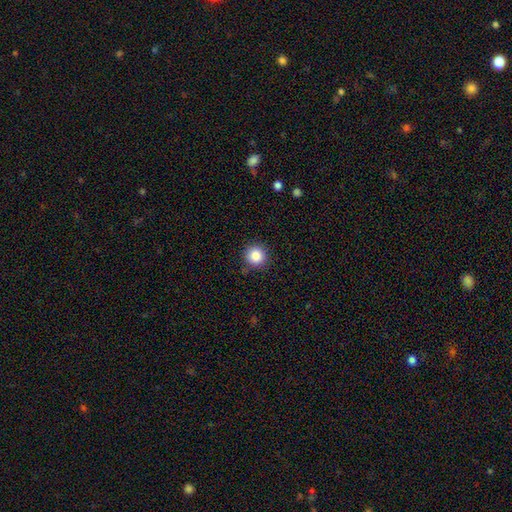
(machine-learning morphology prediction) smooth 85%, star or artifact 10%, featured or disk 5%. Down the decision tree: how rounded — round (94%); merging — none (89%).